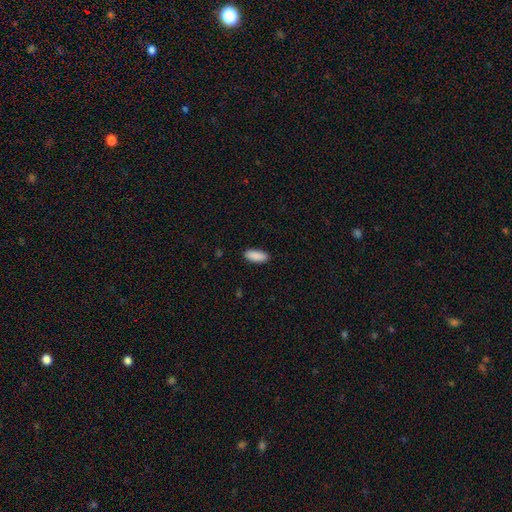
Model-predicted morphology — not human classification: A smooth galaxy with no disk features (91%) that is in between round and cigar-shaped (84%). Merging: none (90%).